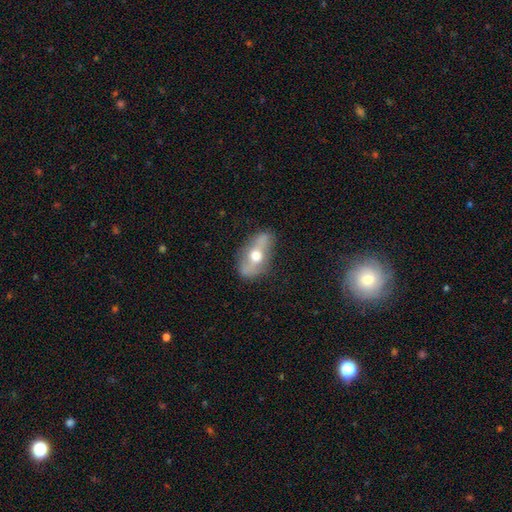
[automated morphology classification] This is possibly a featured or disk galaxy (57%). It is likely not viewed edge-on (69%). Merging: likely none (68%).